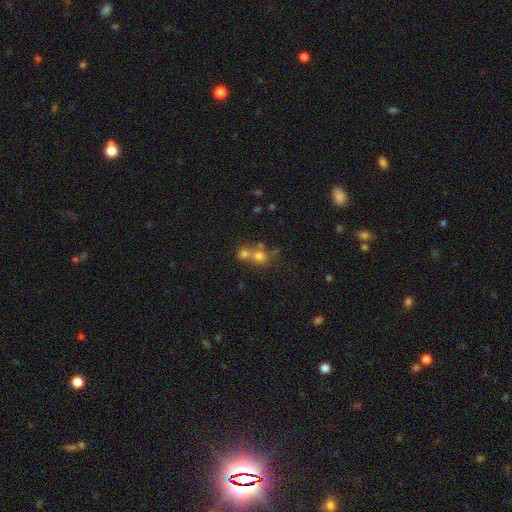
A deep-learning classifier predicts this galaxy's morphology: This is possibly a smooth galaxy (56%). How rounded: clearly round (81%). Merging: possibly merger (48%).